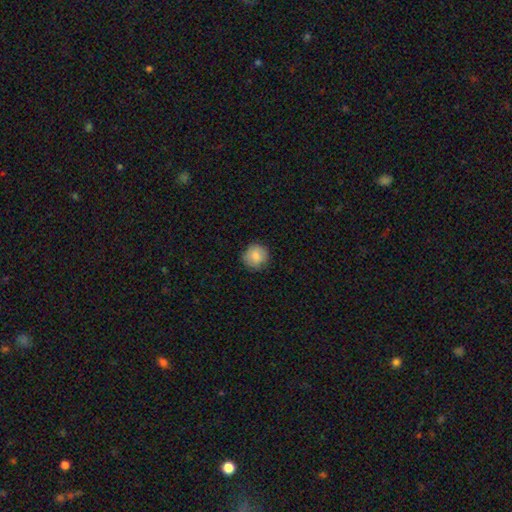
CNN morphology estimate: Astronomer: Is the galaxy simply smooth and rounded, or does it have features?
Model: smooth — 84%.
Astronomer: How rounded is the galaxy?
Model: round — 93%.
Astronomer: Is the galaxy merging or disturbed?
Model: none — 85%.